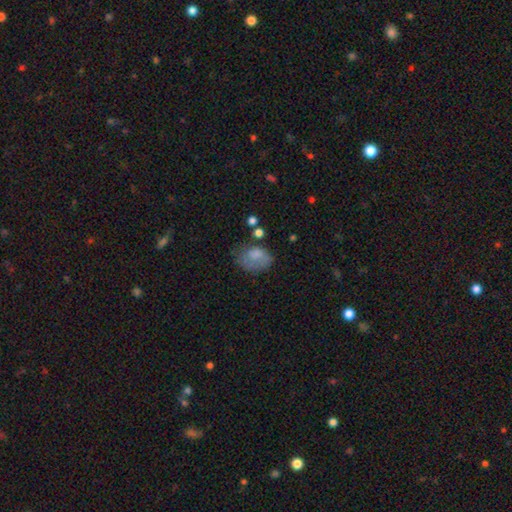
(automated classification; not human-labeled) Overall: smooth (69%). How rounded: in between (67%; round 32%). Merging: none (38%; minor disturbance 30%).